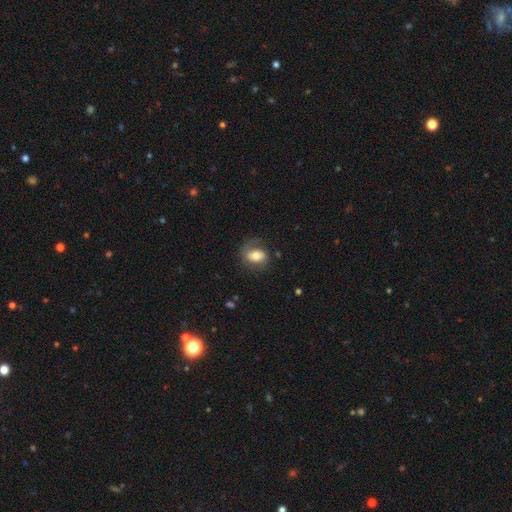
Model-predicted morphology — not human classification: Smooth or featured?
  - smooth: 59% *
  - featured or disk: 33%
  - star or artifact: 8%
How rounded?
  - in between: 71% *
  - round: 27%
  - cigar-shaped: 2%
Merging?
  - none: 59% *
  - minor disturbance: 22%
  - major disturbance: 17%
  - merger: 2%